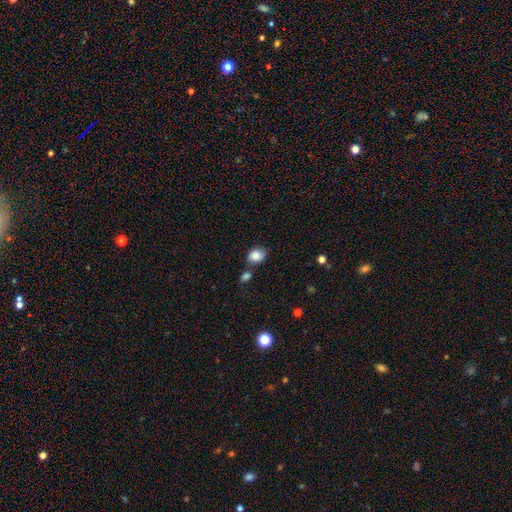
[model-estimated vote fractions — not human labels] This appears to be a smooth galaxy with no disk features (84%) that is in between round and cigar-shaped (55%). Merging: none (60%).